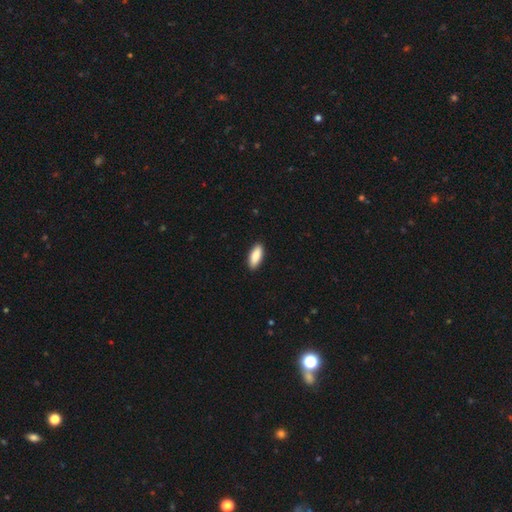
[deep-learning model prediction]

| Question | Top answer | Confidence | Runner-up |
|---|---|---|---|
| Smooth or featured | smooth | 88% | featured or disk (7%) |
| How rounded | in between | 76% | cigar-shaped (23%) |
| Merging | none | 90% | minor disturbance (7%) |